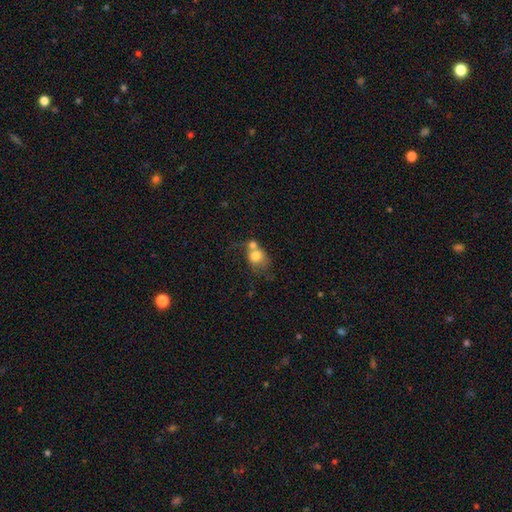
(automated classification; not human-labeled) Smooth or featured? smooth (73%)
How rounded? round (54%)
Merging? merger (61%)